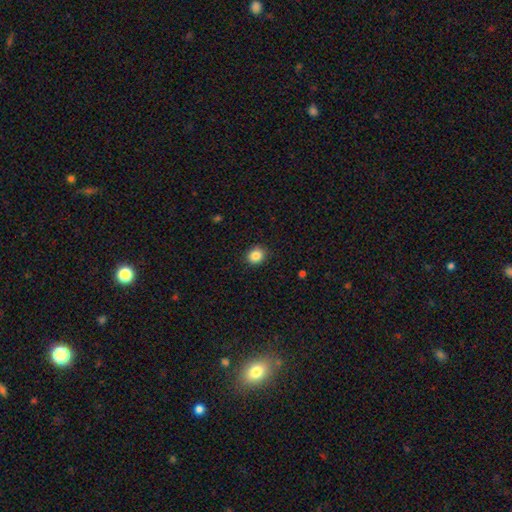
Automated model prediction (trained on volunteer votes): Morphology: type=smooth (86%); roundness=round (77%); merging=none (90%).